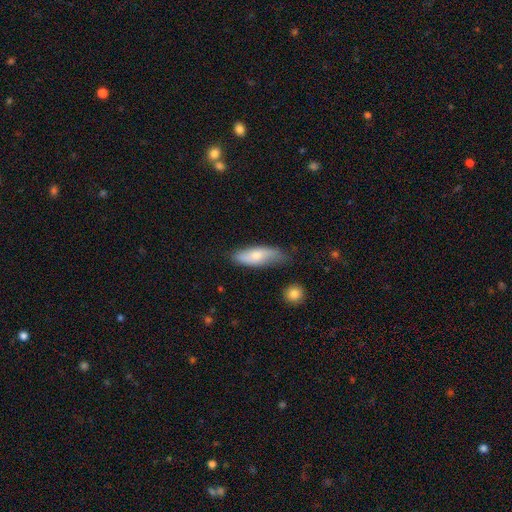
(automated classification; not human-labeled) Morphology: type=smooth (66%); roundness=in between (67%); merging=none (63%).